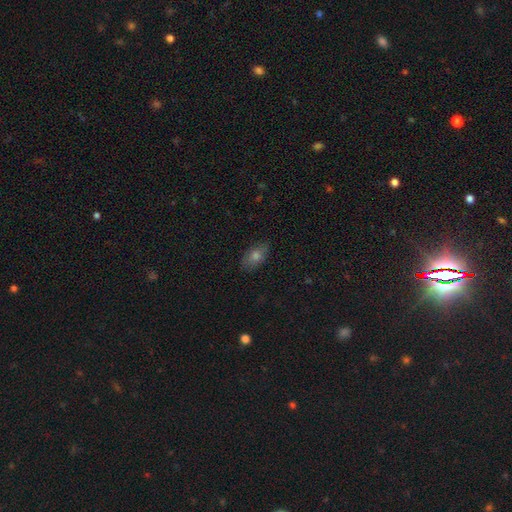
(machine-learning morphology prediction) A smooth galaxy with no disk features (65%) that is in between round and cigar-shaped (85%).

Vote fractions:
- Smooth or featured? smooth: 65% / featured or disk: 20% / star or artifact: 16%
- How rounded? in between: 85% / round: 10% / cigar-shaped: 4%
- Merging? none: 83% / minor disturbance: 13% / major disturbance: 3% / merger: 1%